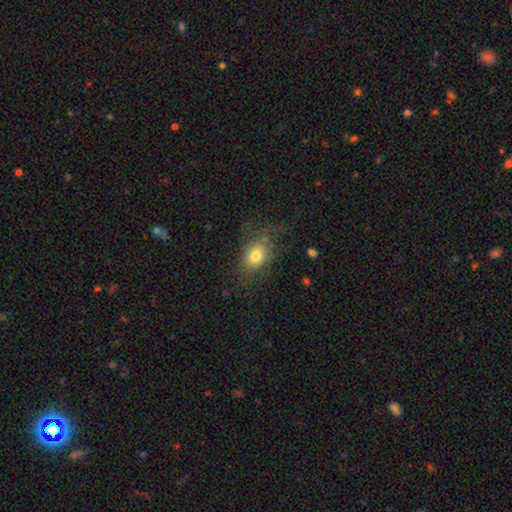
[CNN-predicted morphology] This appears to be a smooth galaxy with no disk features (73%) that is in between round and cigar-shaped (77%). Merging: none (56%).